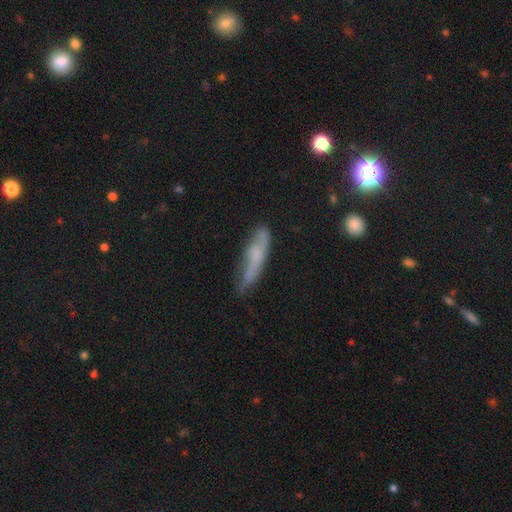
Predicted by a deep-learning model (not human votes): A smooth galaxy with no disk features (54%) that is cigar-shaped (75%).

Vote fractions:
- Smooth or featured? smooth: 54% / featured or disk: 36% / star or artifact: 10%
- How rounded? cigar-shaped: 75% / in between: 23% / round: 2%
- Merging? none: 55% / minor disturbance: 30% / major disturbance: 11% / merger: 4%